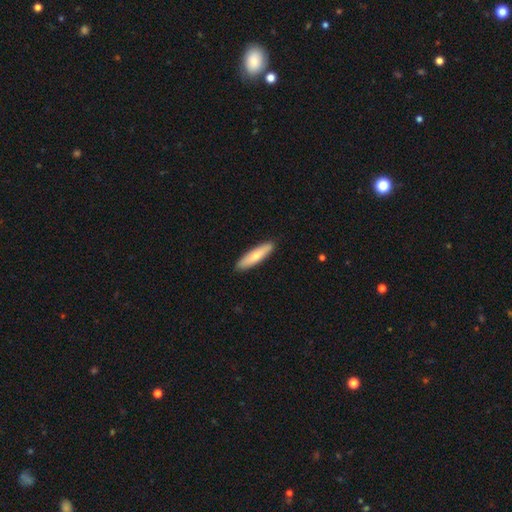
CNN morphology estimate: Smooth or featured: smooth — 69% (featured or disk — 26%)
How rounded: cigar-shaped — 76% (in between — 23%)
Merging: none — 91% (minor disturbance — 7%)